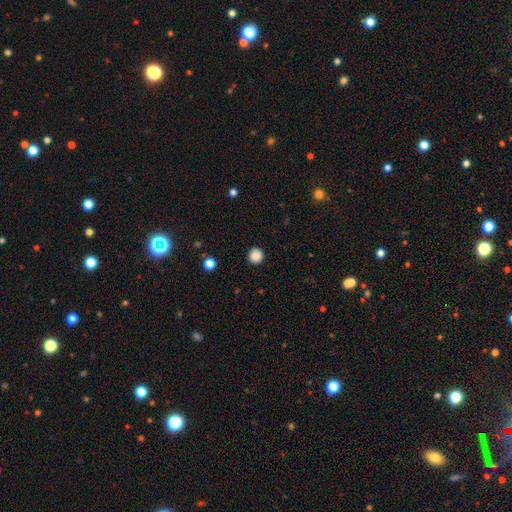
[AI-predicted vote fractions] smooth_or_featured: smooth (p=0.87) [alt: star or artifact p=0.10]
how_rounded: round (p=0.93) [alt: in between p=0.06]
merging: none (p=0.92) [alt: minor disturbance p=0.05]